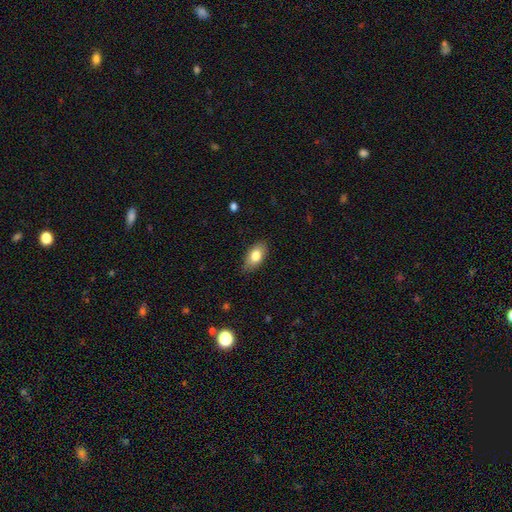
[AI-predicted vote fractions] Smooth or featured? Predicted: smooth (p=0.79). How rounded? Predicted: in between (p=0.91). Merging? Predicted: none (p=0.81).